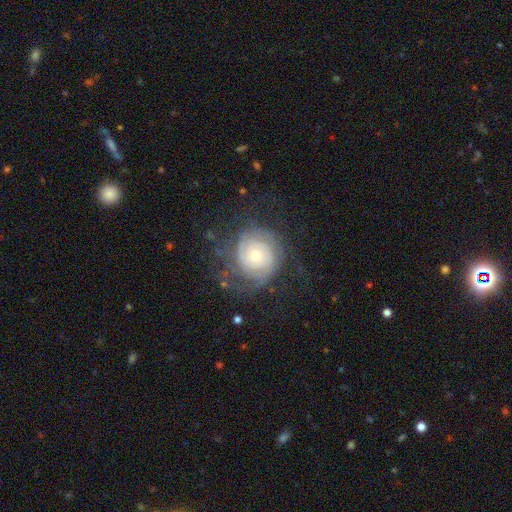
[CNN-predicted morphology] Smooth or featured: featured or disk — 78% (smooth — 15%)
Edge-on disk: no — 98% (yes — 2%)
Bar: no — 76% (weak — 20%)
Spiral arms: yes — 92% (no — 8%)
Spiral winding: tight — 74% (medium — 19%)
Spiral arm count: can't tell — 38% (2 — 33%)
Bulge size: small — 53% (moderate — 42%)
Merging: none — 65% (minor disturbance — 18%)